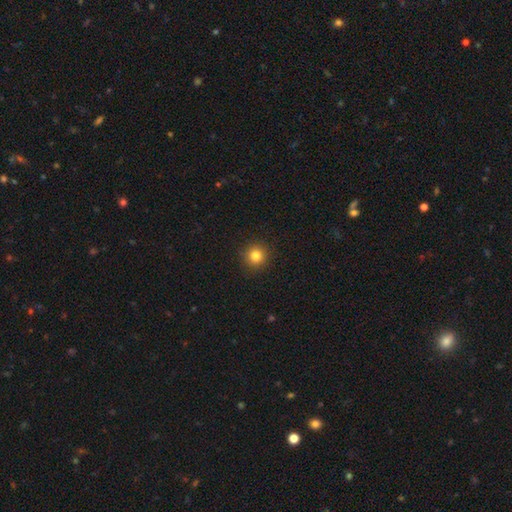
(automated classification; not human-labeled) smooth_or_featured: smooth (p=0.82) [alt: star or artifact p=0.12]
how_rounded: round (p=0.95) [alt: in between p=0.04]
merging: none (p=0.92) [alt: minor disturbance p=0.05]